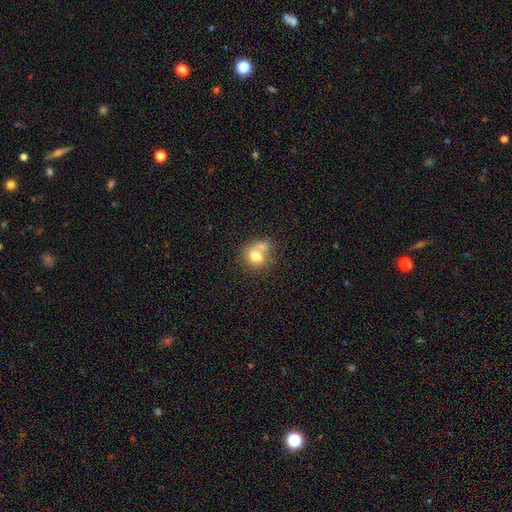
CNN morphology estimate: This is likely a smooth galaxy (72%). How rounded: likely round (70%). Merging: marginally merger (42%).